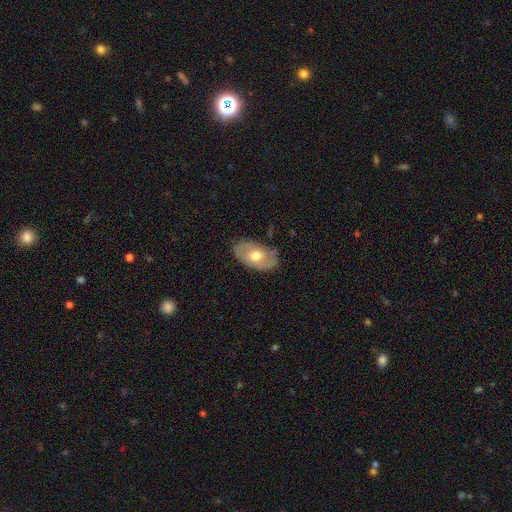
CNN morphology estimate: The model was most divided on "smooth or featured": featured or disk: 48%, smooth: 46%, star or artifact: 6%. More confident: merging — none (76%).